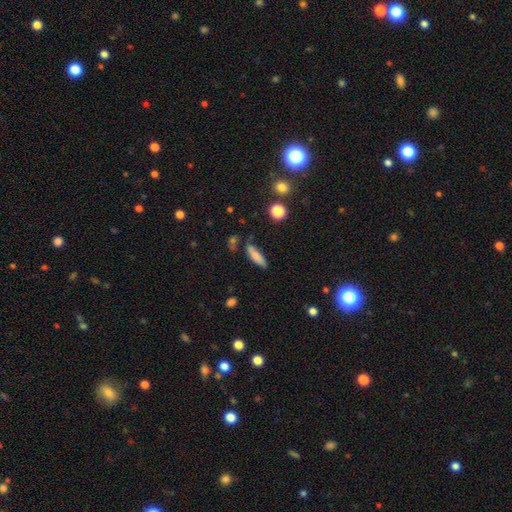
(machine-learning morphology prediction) Smooth or featured? Predicted: smooth (p=0.76). How rounded? Predicted: cigar-shaped (p=0.57). Merging? Predicted: none (p=0.68).